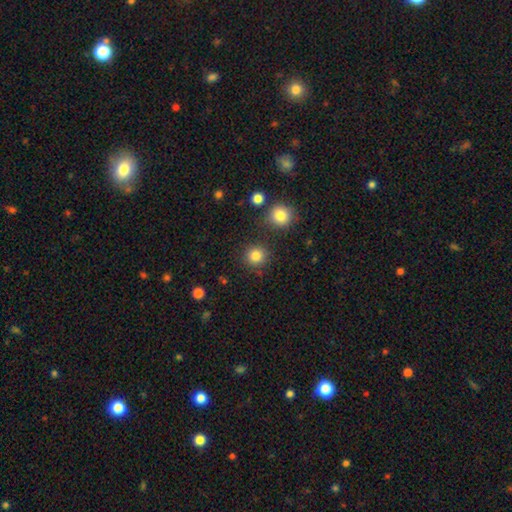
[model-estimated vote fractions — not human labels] Smooth or featured? smooth (84%)
How rounded? round (93%)
Merging? none (87%)